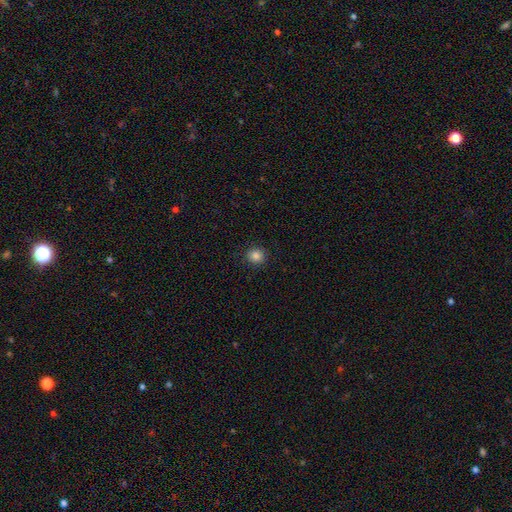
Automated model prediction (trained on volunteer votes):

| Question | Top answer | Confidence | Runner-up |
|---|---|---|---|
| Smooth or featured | smooth | 84% | star or artifact (11%) |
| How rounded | round | 89% | in between (10%) |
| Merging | none | 91% | minor disturbance (6%) |